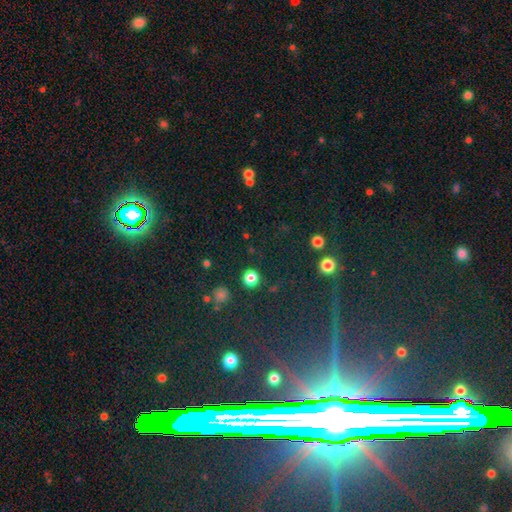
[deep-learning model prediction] smooth_or_featured: star or artifact (p=0.73) [alt: featured or disk p=0.15]